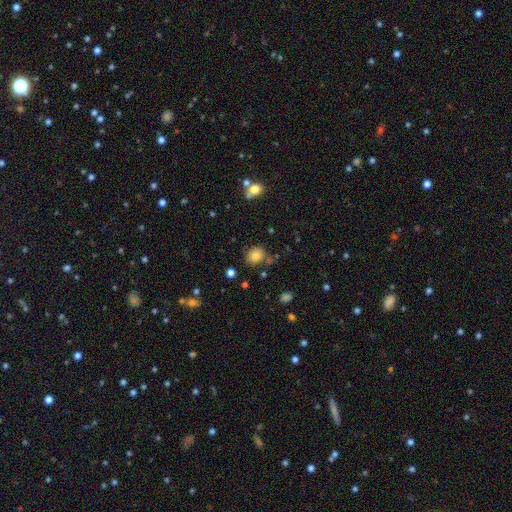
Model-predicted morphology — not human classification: Smooth or featured: smooth — 82% (star or artifact — 11%)
How rounded: round — 62% (in between — 37%)
Merging: none — 77% (minor disturbance — 13%)